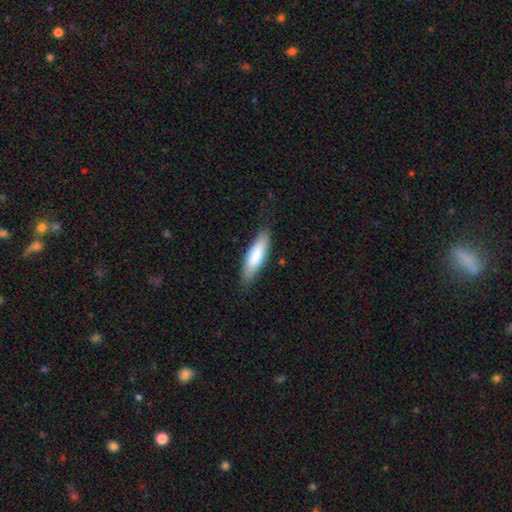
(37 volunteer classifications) Smooth or featured?
  - smooth: 73% *
  - featured or disk: 22%
  - star or artifact: 5%
How rounded?
  - cigar-shaped: 70% *
  - in between: 30%
  - round: 0%
Merging?
  - none: 51% *
  - minor disturbance: 31%
  - major disturbance: 17%
  - merger: 0%